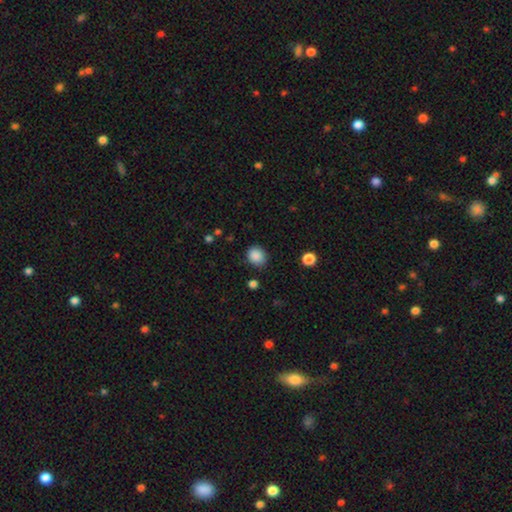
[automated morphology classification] smooth_or_featured: smooth (p=0.87) [alt: star or artifact p=0.09]
how_rounded: round (p=0.64) [alt: in between p=0.35]
merging: none (p=0.81) [alt: minor disturbance p=0.14]